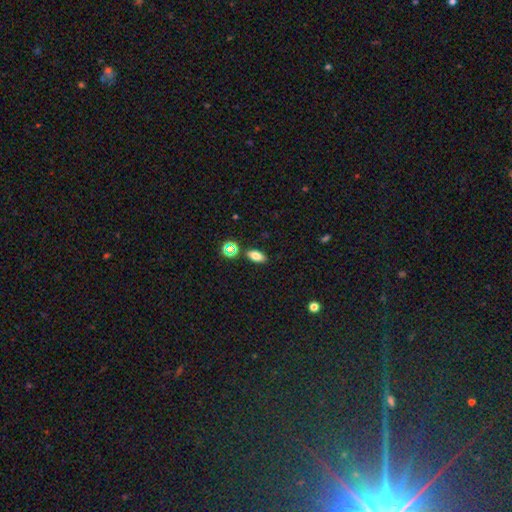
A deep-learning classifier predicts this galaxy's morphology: The model was most divided on "smooth or featured": smooth: 75%, star or artifact: 14%, featured or disk: 12%. More confident: merging — none (84%); how rounded — in between (83%).